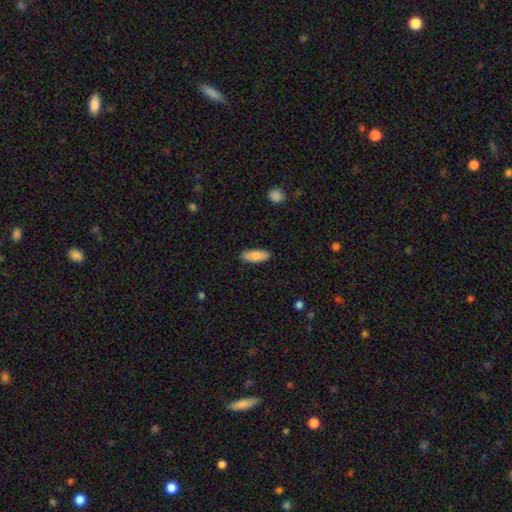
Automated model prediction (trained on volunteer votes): Q: Smooth or featured?
A: smooth (85%); runner-up: featured or disk (9%)
Q: How rounded?
A: in between (74%); runner-up: cigar-shaped (24%)
Q: Merging?
A: none (87%); runner-up: minor disturbance (10%)